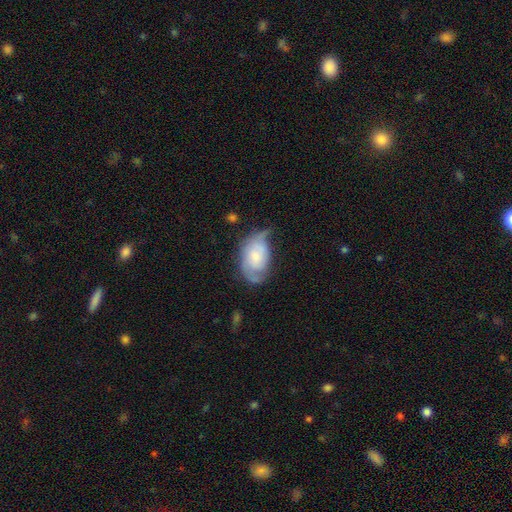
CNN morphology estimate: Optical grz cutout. It shows a featured or disk galaxy (51%). Merging: none (39%).